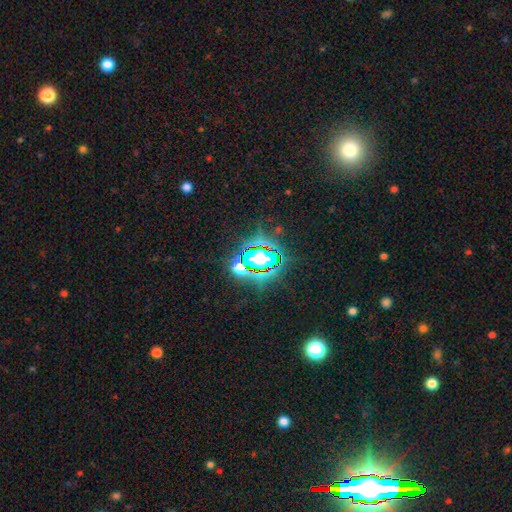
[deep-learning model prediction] This appears to be a star or artifact, not a galaxy (83%).